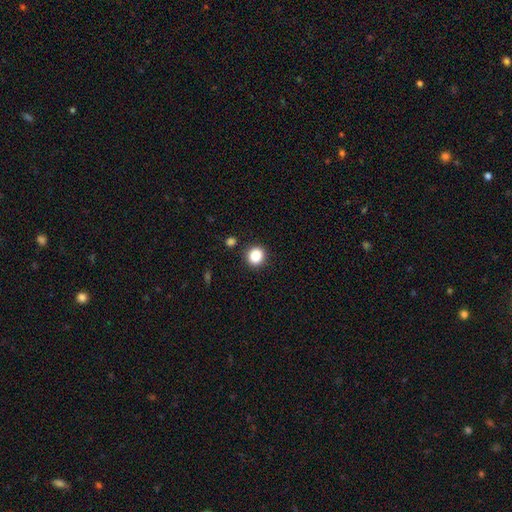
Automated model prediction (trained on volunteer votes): smooth 87%, star or artifact 10%, featured or disk 3%. Down the decision tree: how rounded — round (88%); merging — none (88%).